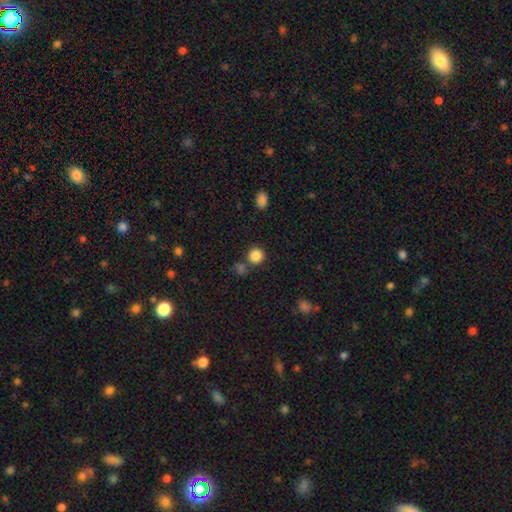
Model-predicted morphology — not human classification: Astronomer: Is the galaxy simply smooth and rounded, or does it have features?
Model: smooth — 85%.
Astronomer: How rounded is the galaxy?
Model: round — 92%.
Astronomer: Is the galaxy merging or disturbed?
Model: none — 74%.